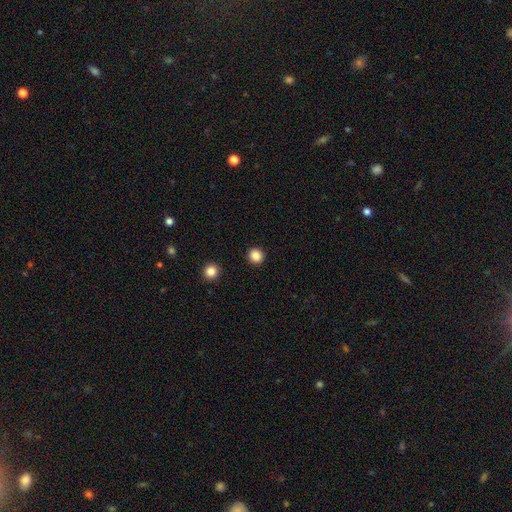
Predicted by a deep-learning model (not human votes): smooth_or_featured: smooth (p=0.86) [alt: star or artifact p=0.11]
how_rounded: round (p=0.91) [alt: in between p=0.08]
merging: none (p=0.92) [alt: minor disturbance p=0.05]